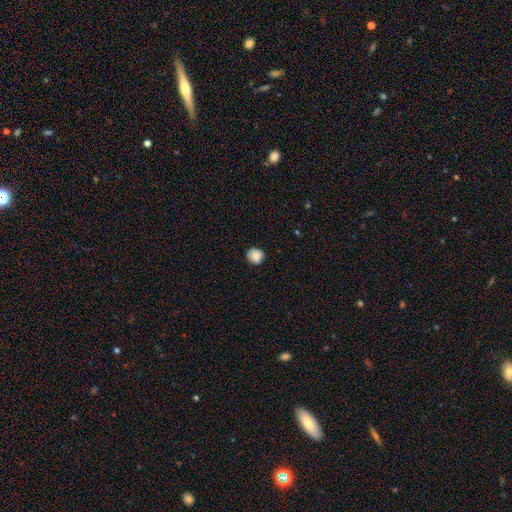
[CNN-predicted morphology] smooth-or-featured: smooth: 86% | star or artifact: 9% | featured or disk: 5%
  how-rounded: round: 87% | in between: 12% | cigar-shaped: 1%
  merging: none: 82% | minor disturbance: 15% | major disturbance: 3% | merger: 1%